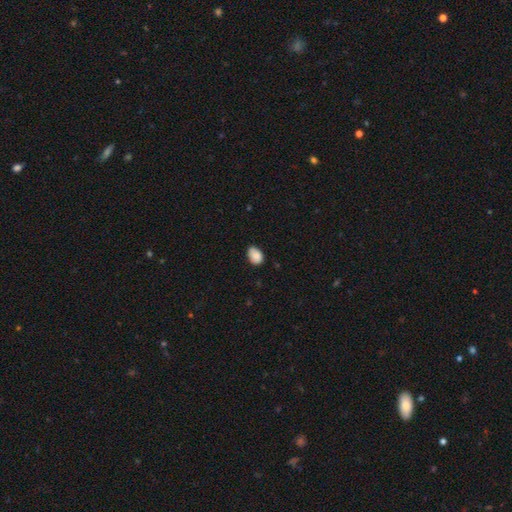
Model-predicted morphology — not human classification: A smooth galaxy with no disk features (85%) that is in between round and cigar-shaped (81%). Merging: none (66%).